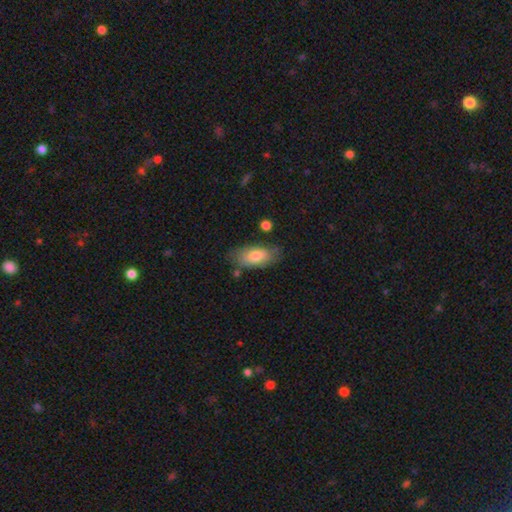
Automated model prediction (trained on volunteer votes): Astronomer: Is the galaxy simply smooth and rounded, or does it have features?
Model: smooth — 76%.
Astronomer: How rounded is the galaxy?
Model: in between — 90%.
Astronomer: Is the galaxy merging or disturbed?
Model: none — 71%.